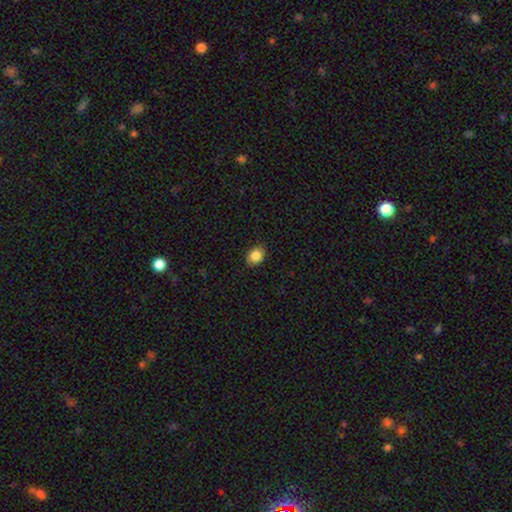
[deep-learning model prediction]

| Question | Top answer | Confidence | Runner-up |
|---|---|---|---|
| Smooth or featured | smooth | 86% | star or artifact (9%) |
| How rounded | in between | 52% | round (47%) |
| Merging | none | 88% | minor disturbance (9%) |